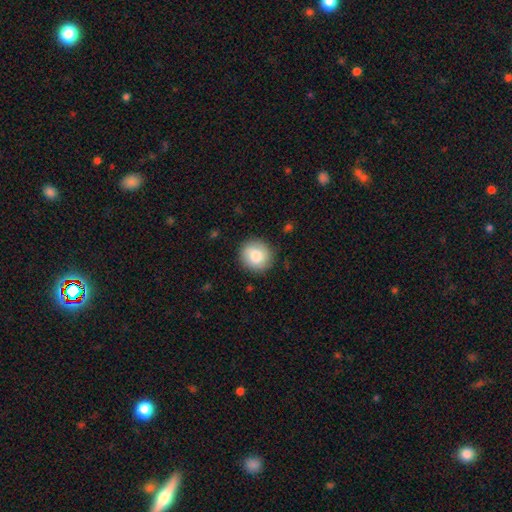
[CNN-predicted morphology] This appears to be a smooth galaxy with no disk features (81%) that is round (91%). Merging: none (87%).